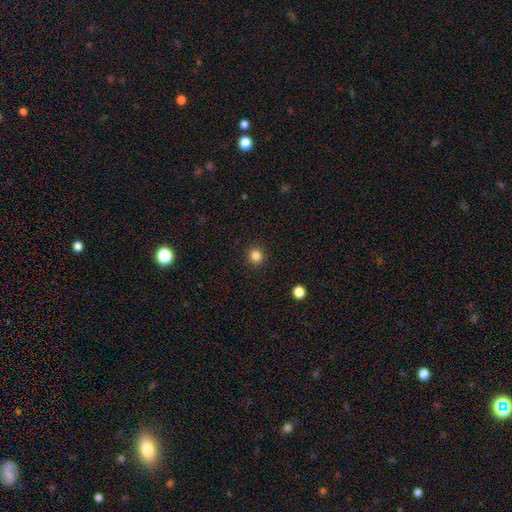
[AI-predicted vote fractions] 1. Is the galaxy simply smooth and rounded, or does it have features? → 84% smooth, 12% star or artifact, 4% featured or disk.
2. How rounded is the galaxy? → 92% round, 7% in between, 1% cigar-shaped.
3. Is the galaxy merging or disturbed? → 92% none, 5% minor disturbance, 2% major disturbance, 1% merger.